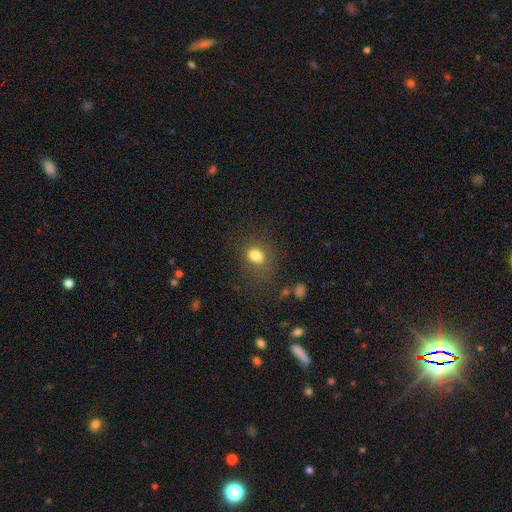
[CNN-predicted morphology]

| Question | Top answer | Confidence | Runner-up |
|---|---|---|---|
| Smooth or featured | smooth | 79% | star or artifact (12%) |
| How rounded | in between | 62% | round (36%) |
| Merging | none | 71% | minor disturbance (17%) |